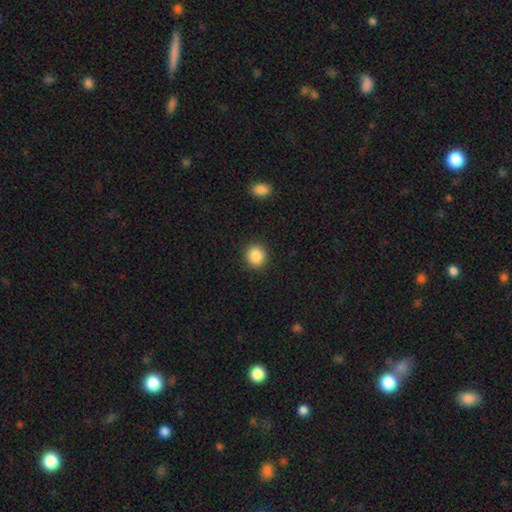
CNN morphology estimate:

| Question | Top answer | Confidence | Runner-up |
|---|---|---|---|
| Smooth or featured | smooth | 87% | star or artifact (9%) |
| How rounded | round | 89% | in between (10%) |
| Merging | none | 91% | minor disturbance (6%) |